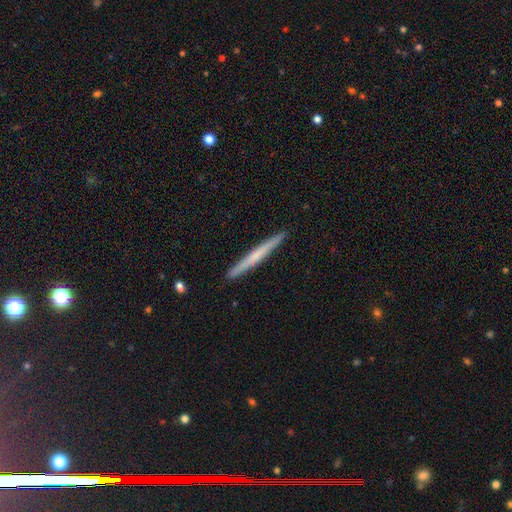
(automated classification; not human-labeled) Morphology: type=featured or disk (48%); merging=none (93%).